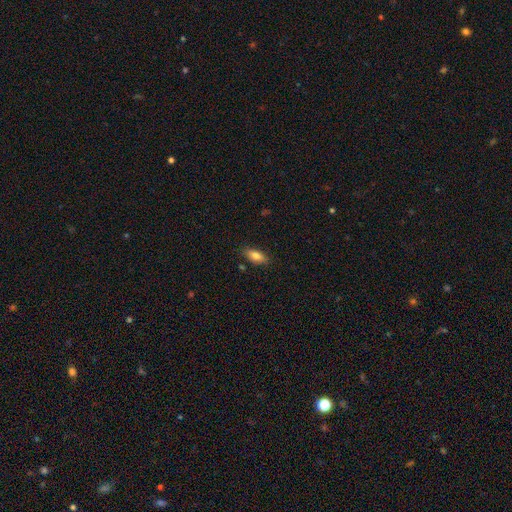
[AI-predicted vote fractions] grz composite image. It shows a smooth galaxy with no disk features (81%) that is in between round and cigar-shaped (83%). Merging: none (84%).